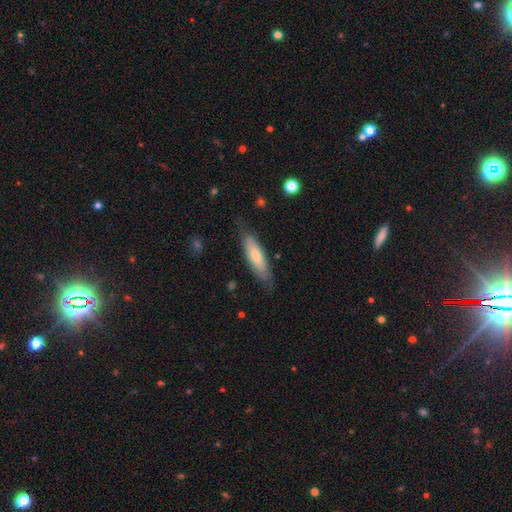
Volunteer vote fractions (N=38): Overall: smooth (63%; featured or disk 32%). How rounded: cigar-shaped (67%; in between 33%). Merging: none (81%).